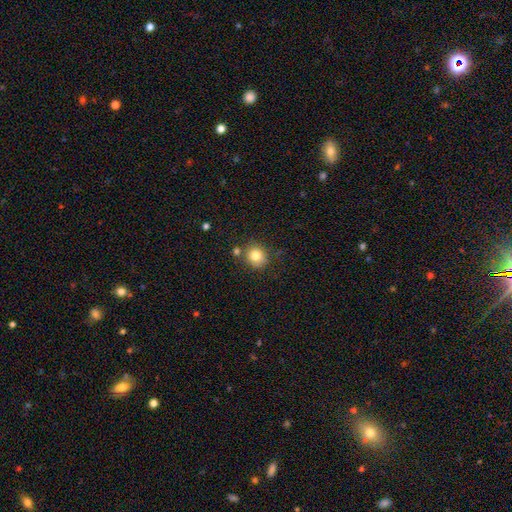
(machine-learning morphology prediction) smooth_or_featured: smooth (p=0.80) [alt: star or artifact p=0.11]
how_rounded: round (p=0.85) [alt: in between p=0.14]
merging: none (p=0.74) [alt: minor disturbance p=0.12]